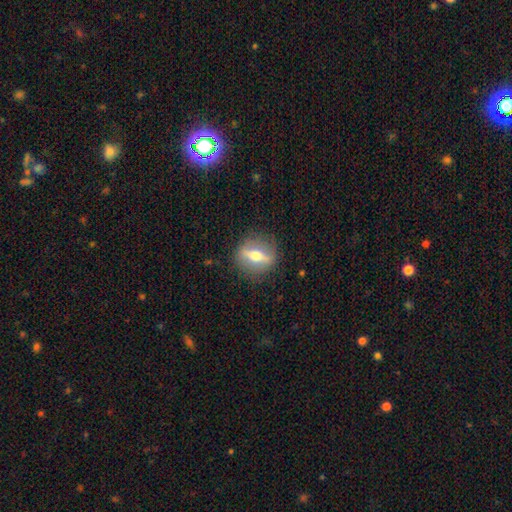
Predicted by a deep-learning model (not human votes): The model was most divided on "edge-on disk": yes: 60%, no: 40%. More confident: merging — none (85%); smooth or featured — featured or disk (67%).